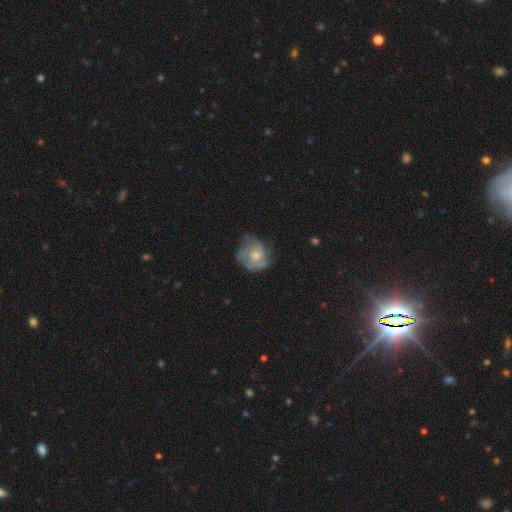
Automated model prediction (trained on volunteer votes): Smooth or featured: featured or disk — 63% (smooth — 30%)
Edge-on disk: no — 97% (yes — 3%)
Bar: no — 76% (weak — 21%)
Spiral arms: yes — 82% (no — 18%)
Spiral winding: tight — 49% (medium — 38%)
Spiral arm count: 2 — 36% (can't tell — 31%)
Bulge size: moderate — 53% (small — 36%)
Merging: none — 55% (minor disturbance — 28%)